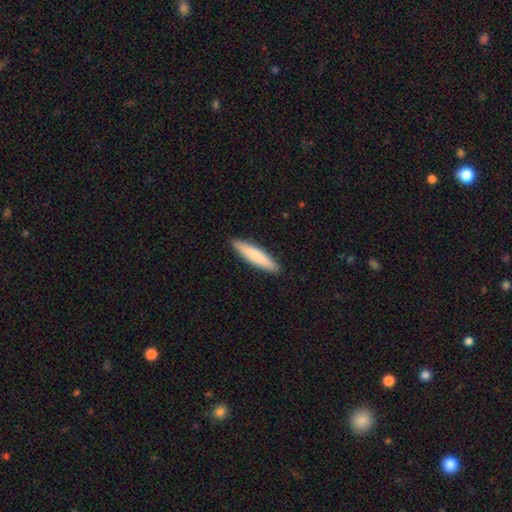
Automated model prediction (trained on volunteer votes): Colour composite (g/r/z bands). It shows a smooth galaxy with no disk features (80%) that is cigar-shaped (85%). Merging: none (91%).